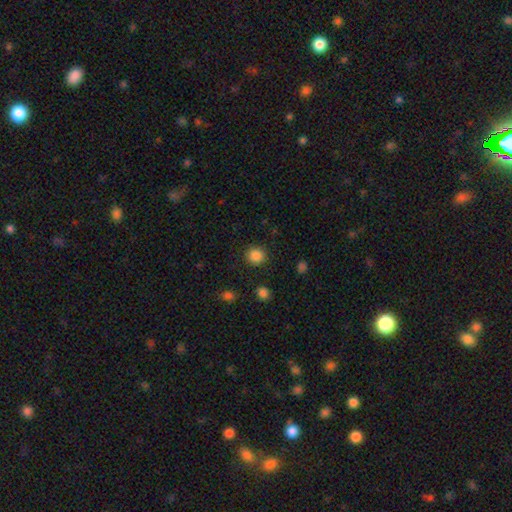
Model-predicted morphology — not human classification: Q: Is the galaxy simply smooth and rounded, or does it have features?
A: smooth — 86%.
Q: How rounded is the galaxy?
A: round — 90%.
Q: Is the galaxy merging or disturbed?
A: none — 90%.